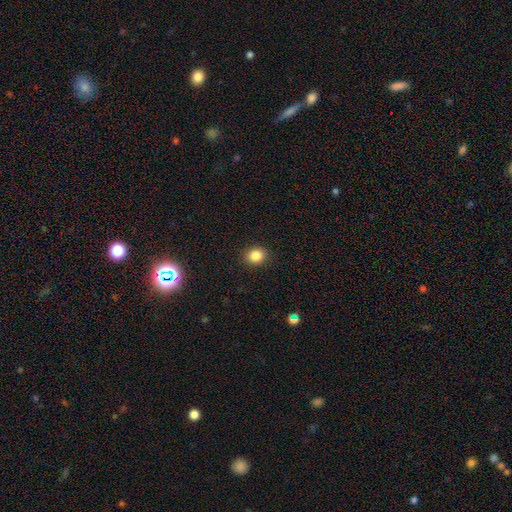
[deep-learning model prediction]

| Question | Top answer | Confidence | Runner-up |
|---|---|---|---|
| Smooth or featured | smooth | 85% | star or artifact (11%) |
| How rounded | round | 67% | in between (32%) |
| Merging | none | 90% | minor disturbance (7%) |